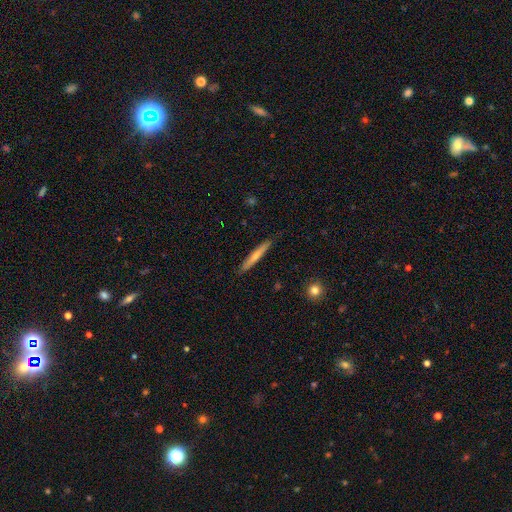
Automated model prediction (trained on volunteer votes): This is possibly a smooth galaxy (58%). How rounded: clearly cigar-shaped (95%). Merging: clearly none (87%).